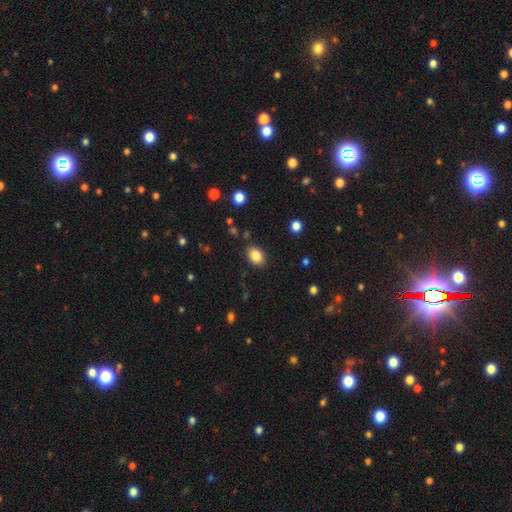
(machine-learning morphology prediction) Q: Smooth or featured?
A: smooth (85%); runner-up: star or artifact (9%)
Q: How rounded?
A: in between (75%); runner-up: round (24%)
Q: Merging?
A: none (86%); runner-up: minor disturbance (9%)